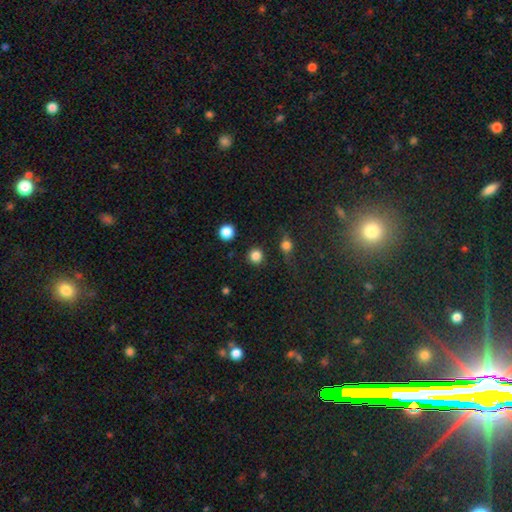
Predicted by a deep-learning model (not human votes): Morphology: type=smooth (84%); roundness=round (94%); merging=none (89%).